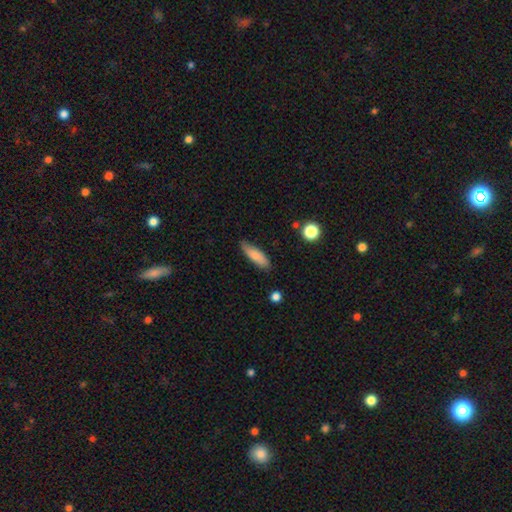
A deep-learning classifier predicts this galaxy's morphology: type=smooth (81%); roundness=cigar-shaped (53%); merging=none (78%).